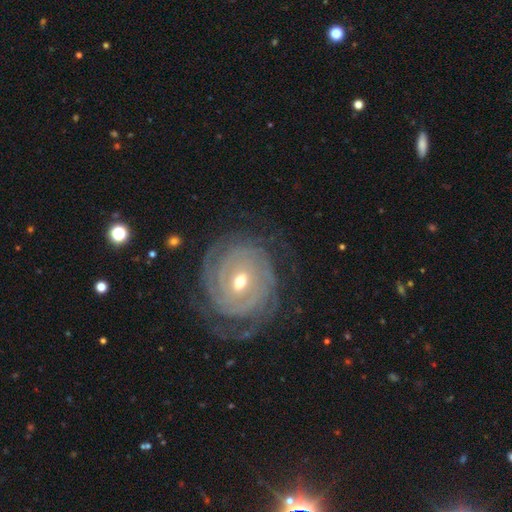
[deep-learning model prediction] A featured or disk galaxy (89%) with no bar (46%), tight (84%) spiral arms (98%) and a moderate central bulge (52%). Merging: none (77%).